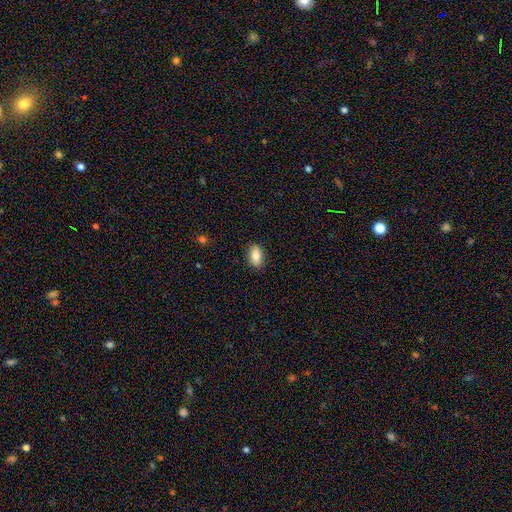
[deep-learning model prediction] Smooth or featured: smooth — 84% (featured or disk — 9%)
How rounded: in between — 90% (round — 6%)
Merging: none — 88% (minor disturbance — 9%)